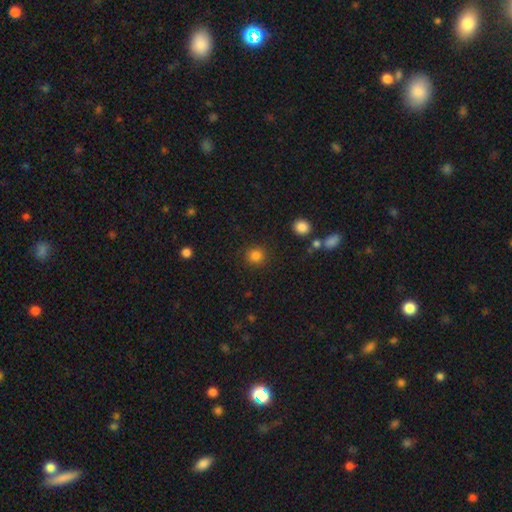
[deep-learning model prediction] Smooth or featured: smooth — 84% (star or artifact — 12%)
How rounded: round — 90% (in between — 9%)
Merging: none — 90% (minor disturbance — 6%)